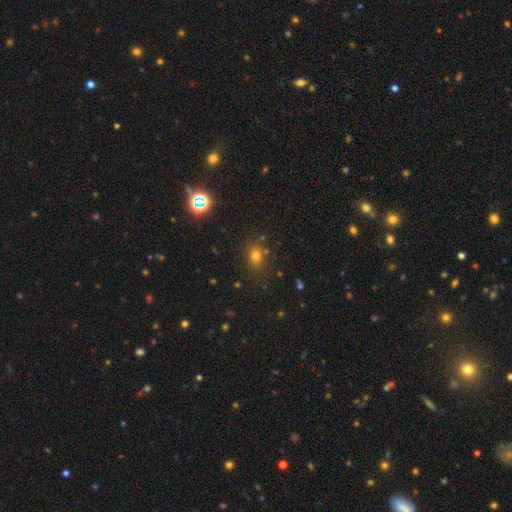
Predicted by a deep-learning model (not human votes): The model was most divided on "how rounded": in between: 52%, round: 46%, cigar-shaped: 2%. More confident: merging — none (74%); smooth or featured — smooth (69%).